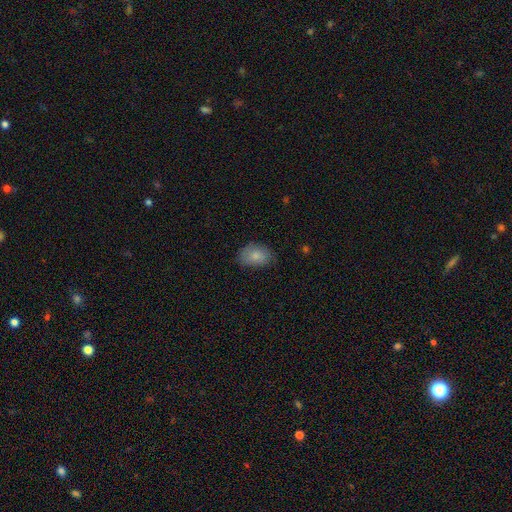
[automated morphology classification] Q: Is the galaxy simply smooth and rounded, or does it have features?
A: smooth — 83%.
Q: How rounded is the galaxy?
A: in between — 83%.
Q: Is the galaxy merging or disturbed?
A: none — 73%.